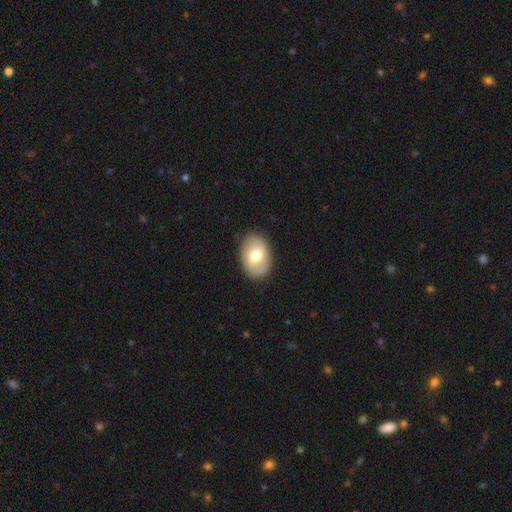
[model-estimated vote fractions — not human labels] Overall: smooth (66%; featured or disk 28%). How rounded: in between (85%). Merging: none (87%).